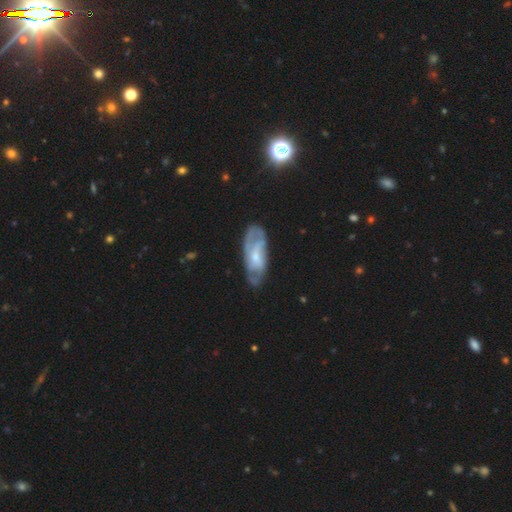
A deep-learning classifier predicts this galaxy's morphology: Q: Smooth or featured?
A: featured or disk (71%); runner-up: smooth (23%)
Q: Edge-on disk?
A: no (90%); runner-up: yes (10%)
Q: Bar?
A: no (53%); runner-up: weak (39%)
Q: Spiral arms?
A: yes (85%); runner-up: no (15%)
Q: Spiral winding?
A: medium (43%); runner-up: tight (38%)
Q: Spiral arm count?
A: 2 (40%); runner-up: can't tell (36%)
Q: Bulge size?
A: small (53%); runner-up: moderate (38%)
Q: Merging?
A: none (66%); runner-up: minor disturbance (22%)